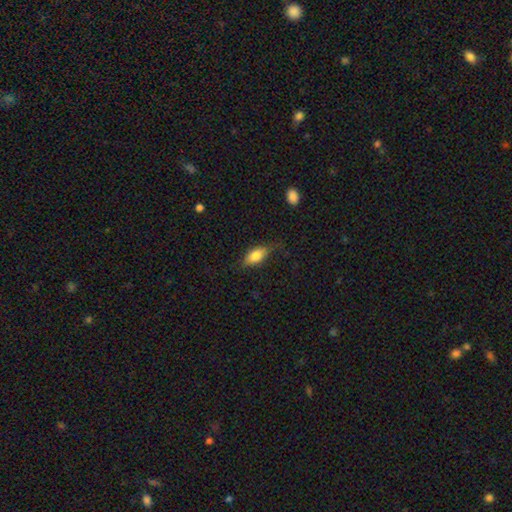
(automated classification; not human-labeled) Smooth or featured? smooth (75%)
How rounded? in between (84%)
Merging? none (66%)